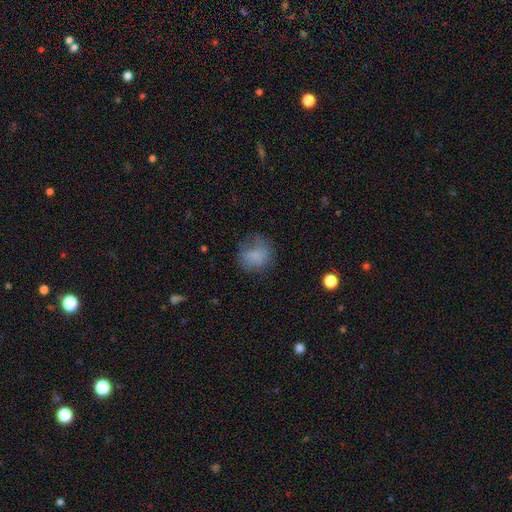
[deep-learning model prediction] Smooth or featured: smooth — 75% (featured or disk — 13%)
How rounded: round — 74% (in between — 25%)
Merging: none — 57% (minor disturbance — 25%)